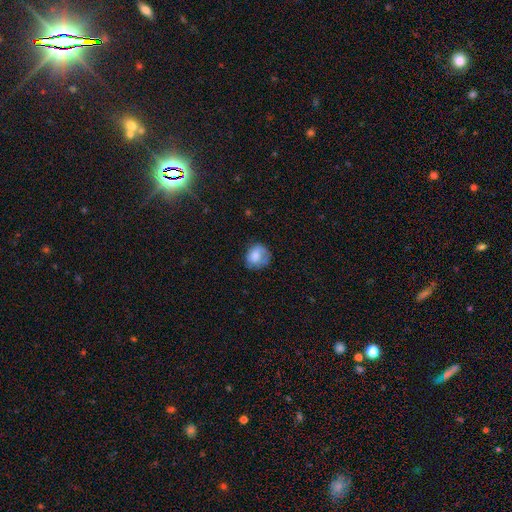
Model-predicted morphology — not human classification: Smooth or featured? smooth (73%)
How rounded? round (74%)
Merging? none (59%)